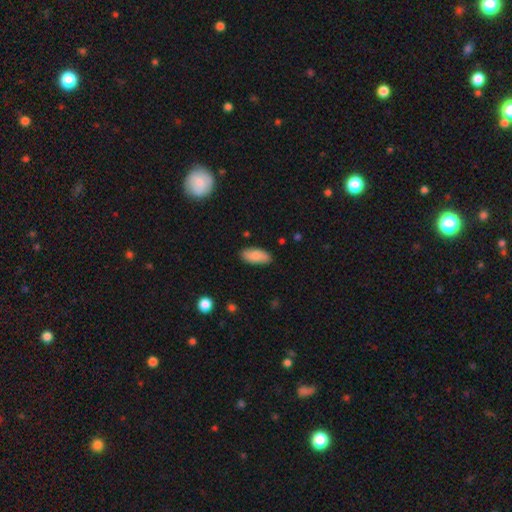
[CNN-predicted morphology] A smooth galaxy with no disk features (86%) that is in between round and cigar-shaped (88%). Merging: none (85%).